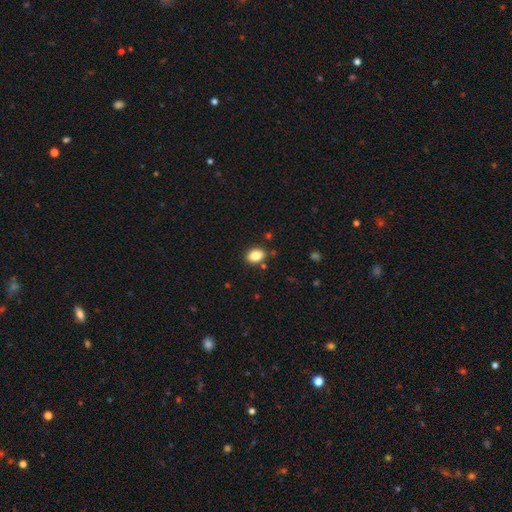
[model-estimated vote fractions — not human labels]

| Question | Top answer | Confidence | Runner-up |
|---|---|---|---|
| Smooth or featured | smooth | 85% | star or artifact (9%) |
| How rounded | in between | 71% | round (28%) |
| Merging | none | 85% | minor disturbance (10%) |